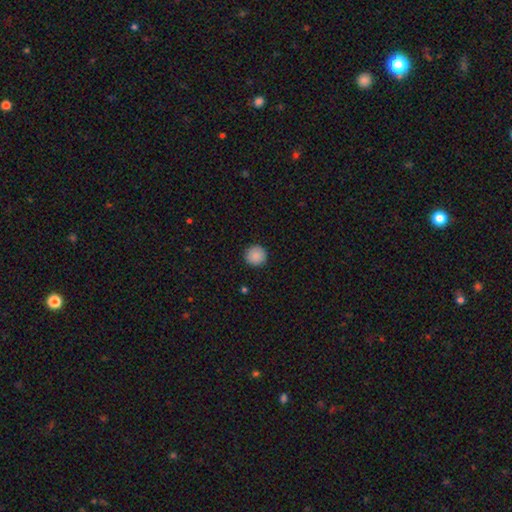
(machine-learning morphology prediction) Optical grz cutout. It shows a smooth galaxy with no disk features (89%) that is round (96%). Merging: none (92%).